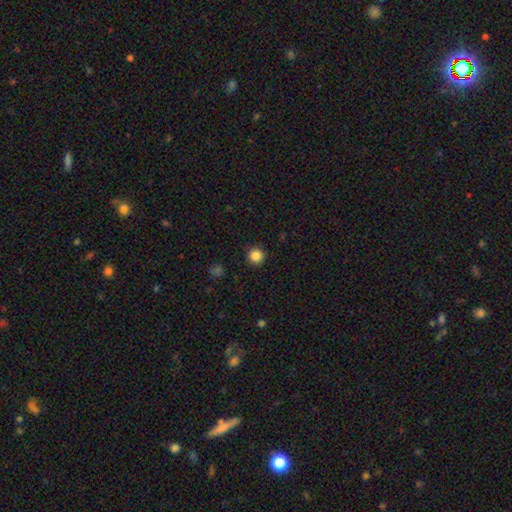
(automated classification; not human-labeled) A smooth galaxy with no disk features (85%) that is round (96%). Merging: none (93%).